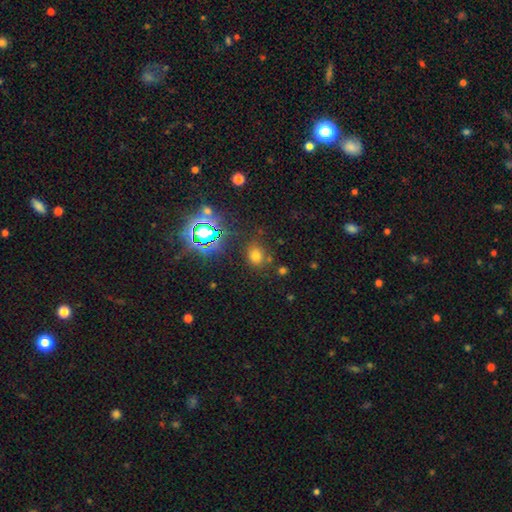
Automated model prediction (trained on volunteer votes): Morphology: type=smooth (65%); roundness=round (65%); merging=none (75%).